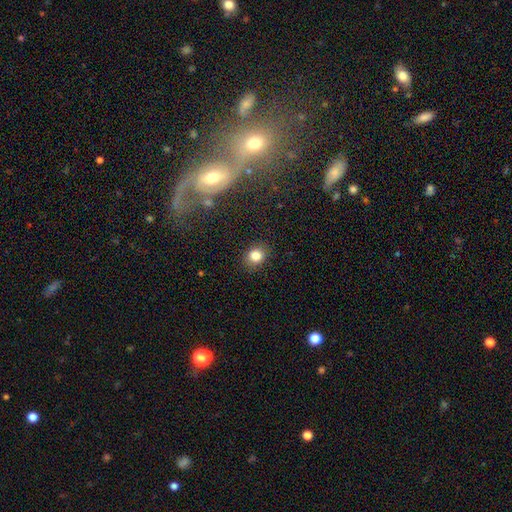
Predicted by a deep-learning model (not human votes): smooth 82%, star or artifact 11%, featured or disk 7%. Down the decision tree: how rounded — round (63%); merging — none (87%).